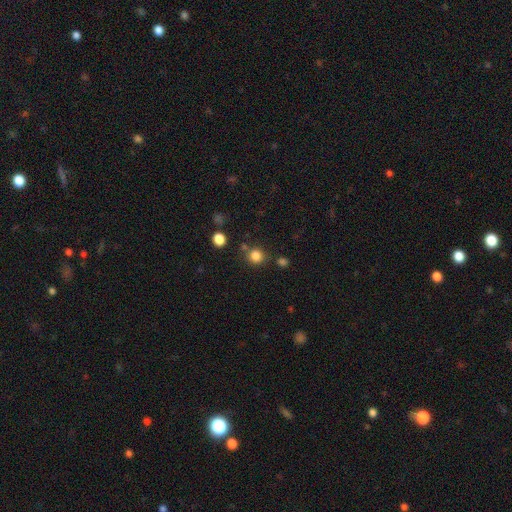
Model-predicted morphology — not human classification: type=smooth (82%); roundness=round (89%); merging=none (78%).